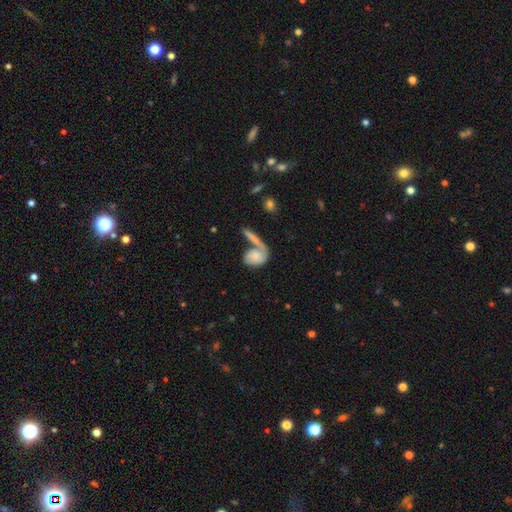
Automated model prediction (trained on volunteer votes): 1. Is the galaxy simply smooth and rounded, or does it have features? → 62% smooth, 31% featured or disk, 7% star or artifact.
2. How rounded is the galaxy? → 67% in between, 26% round, 7% cigar-shaped.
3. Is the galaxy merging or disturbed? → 40% merger, 36% none, 12% major disturbance, 12% minor disturbance.